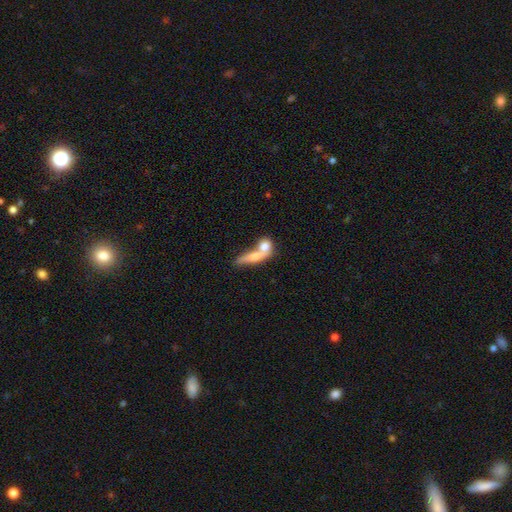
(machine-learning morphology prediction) smooth-or-featured: smooth: 66% | featured or disk: 26% | star or artifact: 8%
  how-rounded: in between: 42% | cigar-shaped: 36% | round: 22%
  merging: merger: 56% | none: 24% | major disturbance: 10% | minor disturbance: 10%